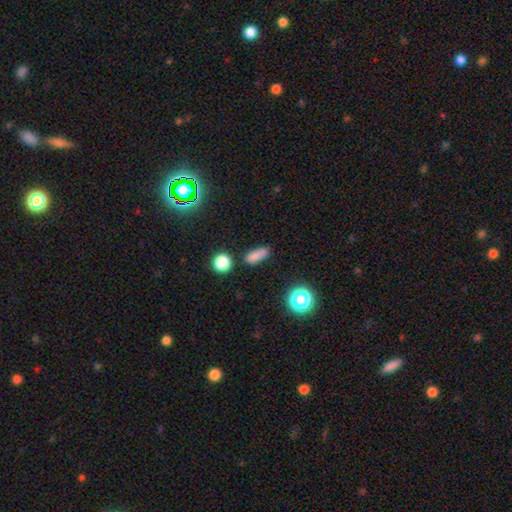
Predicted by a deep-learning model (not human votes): Smooth or featured? smooth (80%)
How rounded? in between (49%)
Merging? none (76%)